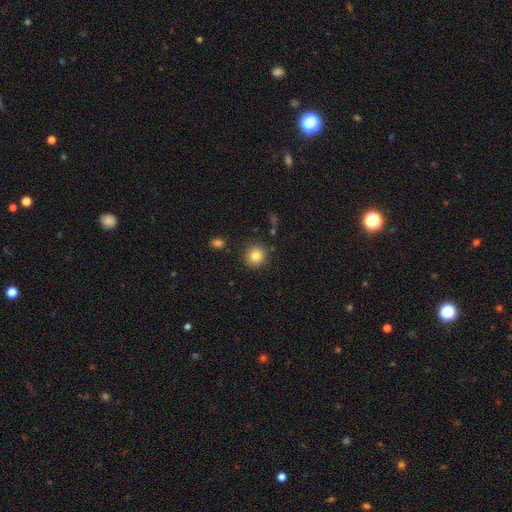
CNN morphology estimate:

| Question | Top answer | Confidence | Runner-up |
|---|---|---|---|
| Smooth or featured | smooth | 84% | star or artifact (10%) |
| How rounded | round | 92% | in between (7%) |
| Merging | none | 88% | minor disturbance (7%) |